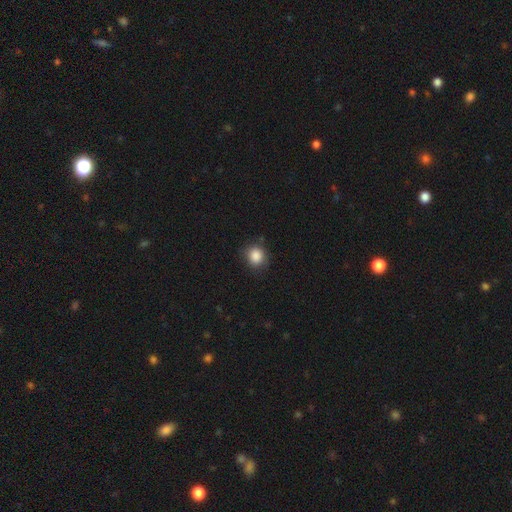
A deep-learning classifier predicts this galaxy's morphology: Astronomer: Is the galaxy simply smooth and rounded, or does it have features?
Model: smooth — 86%.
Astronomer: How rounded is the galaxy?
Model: round — 82%.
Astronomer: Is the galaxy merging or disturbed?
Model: none — 80%.